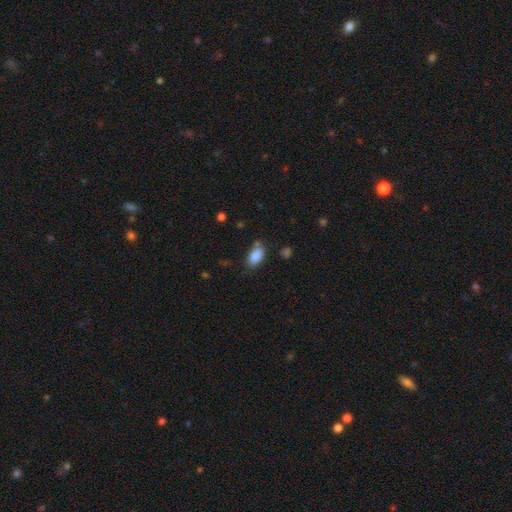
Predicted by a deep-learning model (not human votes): smooth_or_featured: smooth (p=0.87) [alt: star or artifact p=0.08]
how_rounded: in between (p=0.92) [alt: round p=0.04]
merging: none (p=0.70) [alt: minor disturbance p=0.21]